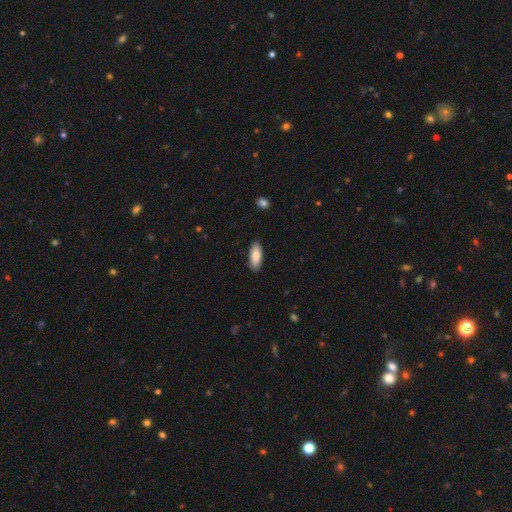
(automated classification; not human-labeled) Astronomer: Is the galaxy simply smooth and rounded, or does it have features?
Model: smooth — 88%.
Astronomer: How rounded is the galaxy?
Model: in between — 77%.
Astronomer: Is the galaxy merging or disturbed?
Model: none — 87%.